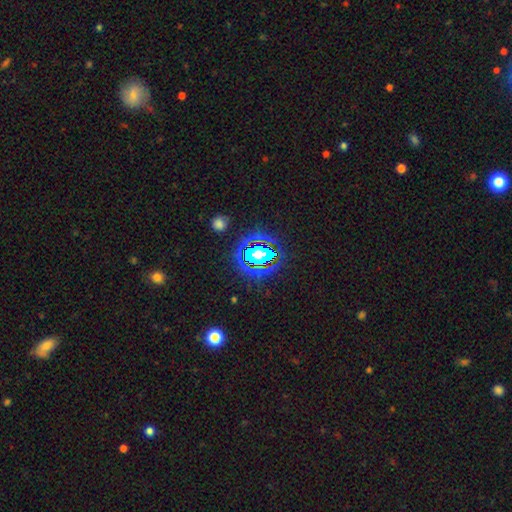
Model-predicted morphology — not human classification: This appears to be a star or artifact, not a galaxy (65%).